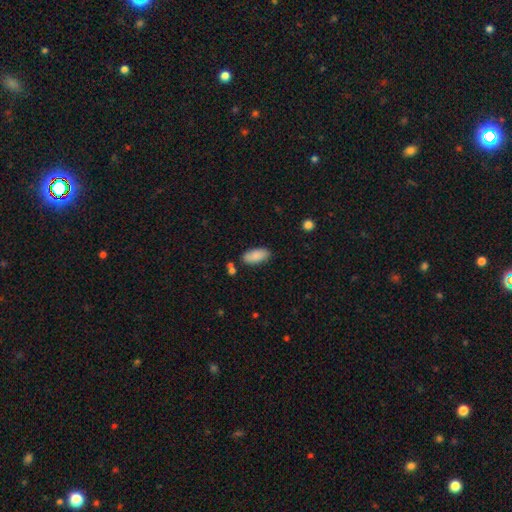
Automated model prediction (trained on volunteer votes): A smooth galaxy with no disk features (87%) that is in between round and cigar-shaped (90%).

Vote fractions:
- Smooth or featured? smooth: 87% / featured or disk: 7% / star or artifact: 6%
- How rounded? in between: 90% / cigar-shaped: 8% / round: 2%
- Merging? none: 81% / minor disturbance: 12% / merger: 4% / major disturbance: 3%